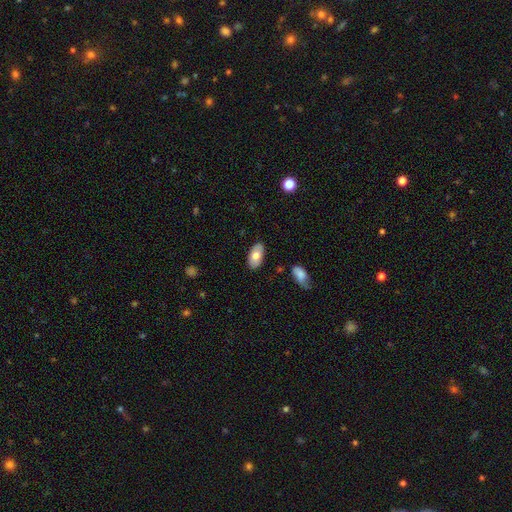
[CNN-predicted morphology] Q: Smooth or featured?
A: smooth (71%); runner-up: featured or disk (23%)
Q: How rounded?
A: in between (95%); runner-up: round (3%)
Q: Merging?
A: none (86%); runner-up: minor disturbance (10%)